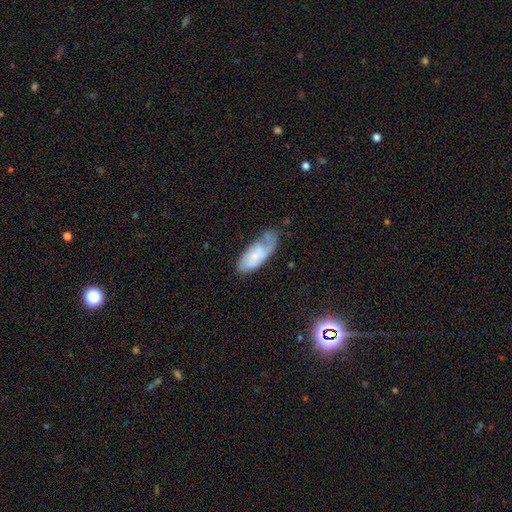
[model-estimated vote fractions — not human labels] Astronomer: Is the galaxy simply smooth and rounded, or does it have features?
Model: smooth — 53% (runner-up: featured or disk, 40%).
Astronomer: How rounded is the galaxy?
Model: in between — 83%.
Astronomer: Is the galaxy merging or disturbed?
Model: none — 40% (runner-up: minor disturbance, 35%).